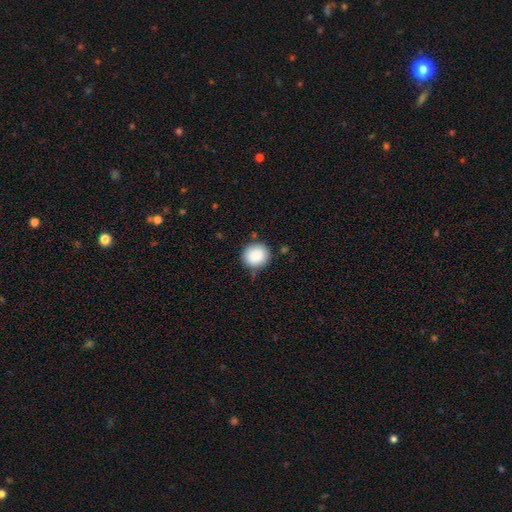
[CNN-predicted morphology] This appears to be a smooth galaxy with no disk features (89%) that is round (82%). Merging: none (80%).